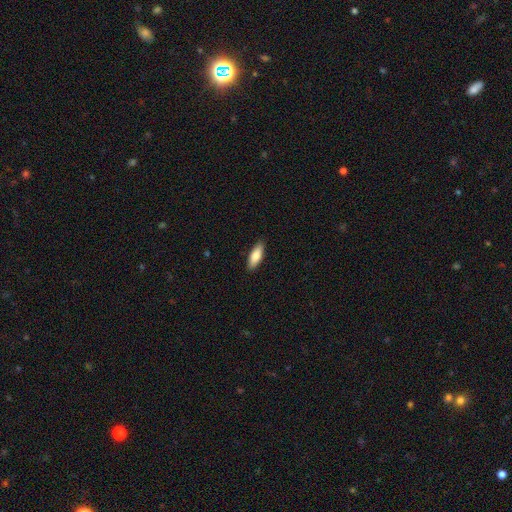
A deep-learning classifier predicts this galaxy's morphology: This is clearly a smooth galaxy (80%). How rounded: likely in between (63%). Merging: clearly none (89%).